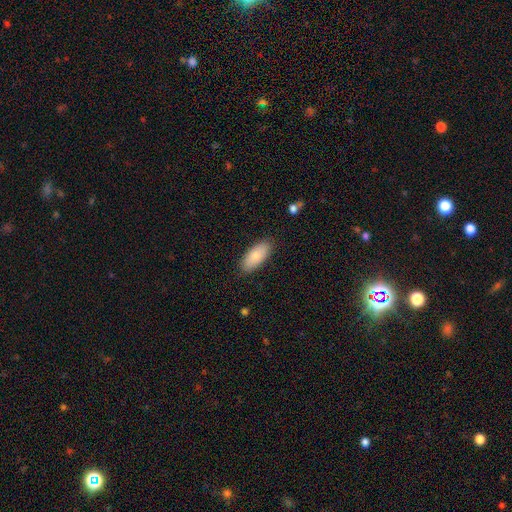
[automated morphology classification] A smooth galaxy with no disk features (79%) that is in between round and cigar-shaped (88%). Merging: none (86%).